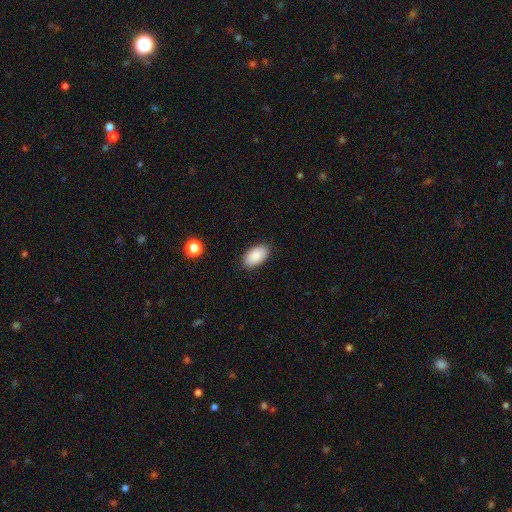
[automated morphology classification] The model was most divided on "merging": none: 88%, minor disturbance: 9%, major disturbance: 2%, merger: 1%. More confident: how rounded — in between (95%); smooth or featured — smooth (89%).